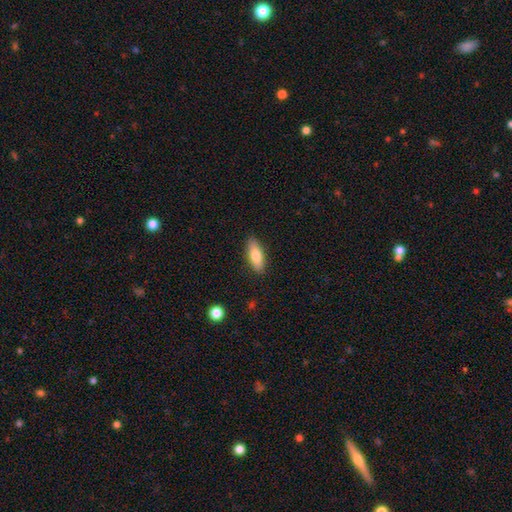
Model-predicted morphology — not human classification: Smooth or featured?
  - smooth: 76% *
  - featured or disk: 17%
  - star or artifact: 6%
How rounded?
  - in between: 66% *
  - cigar-shaped: 32%
  - round: 2%
Merging?
  - none: 88% *
  - minor disturbance: 9%
  - major disturbance: 2%
  - merger: 1%